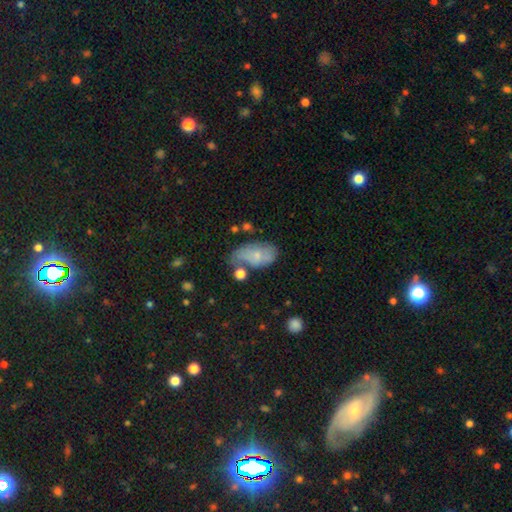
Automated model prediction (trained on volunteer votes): Smooth or featured?
  - smooth: 61% *
  - featured or disk: 31%
  - star or artifact: 8%
How rounded?
  - in between: 92% *
  - round: 6%
  - cigar-shaped: 3%
Merging?
  - none: 44% *
  - minor disturbance: 31%
  - major disturbance: 14%
  - merger: 11%